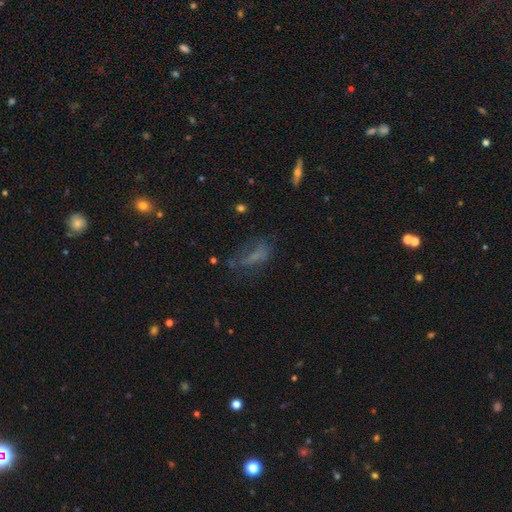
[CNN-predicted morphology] smooth 49%, featured or disk 30%, star or artifact 21%. Down the decision tree: merging — none (42%).